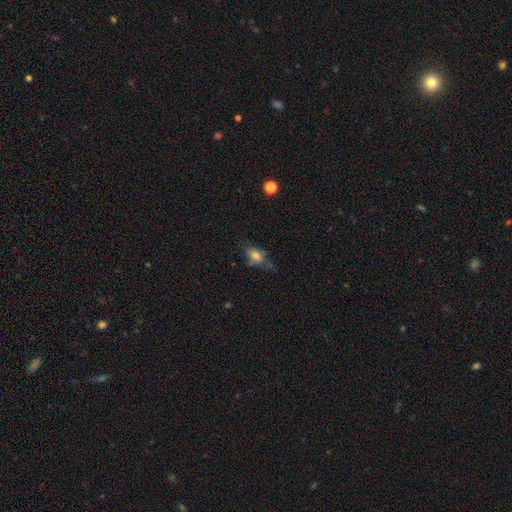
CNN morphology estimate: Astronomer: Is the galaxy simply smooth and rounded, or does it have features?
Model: smooth — 70%.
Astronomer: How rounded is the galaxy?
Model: in between — 81%.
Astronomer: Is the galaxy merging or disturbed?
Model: none — 54%.